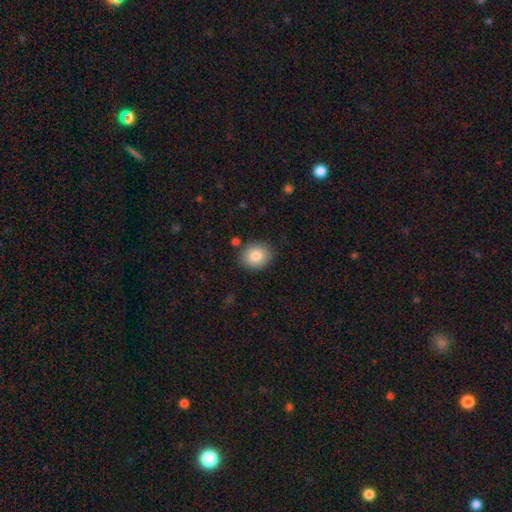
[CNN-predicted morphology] Smooth or featured? smooth (82%)
How rounded? round (68%)
Merging? none (86%)